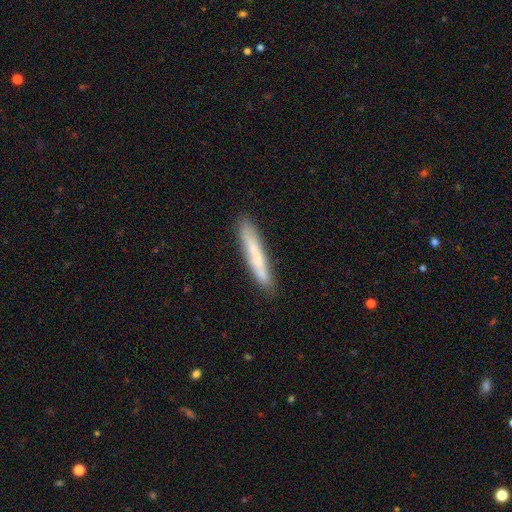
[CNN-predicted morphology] Smooth or featured: smooth — 61% (featured or disk — 32%)
How rounded: cigar-shaped — 94% (in between — 5%)
Merging: none — 83% (minor disturbance — 13%)